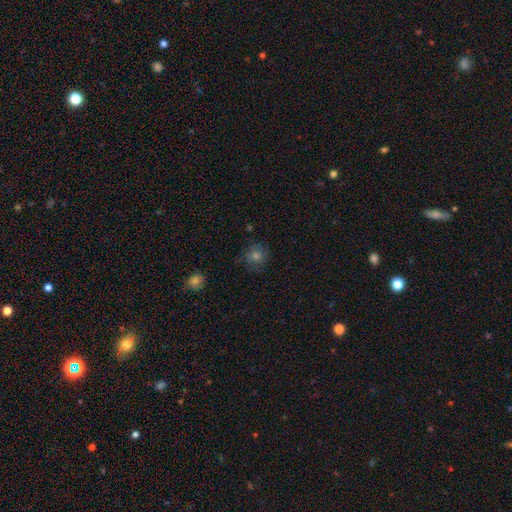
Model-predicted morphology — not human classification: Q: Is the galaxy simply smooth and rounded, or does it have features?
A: smooth — 55%.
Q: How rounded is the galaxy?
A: round — 90%.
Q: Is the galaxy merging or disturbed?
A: none — 82%.